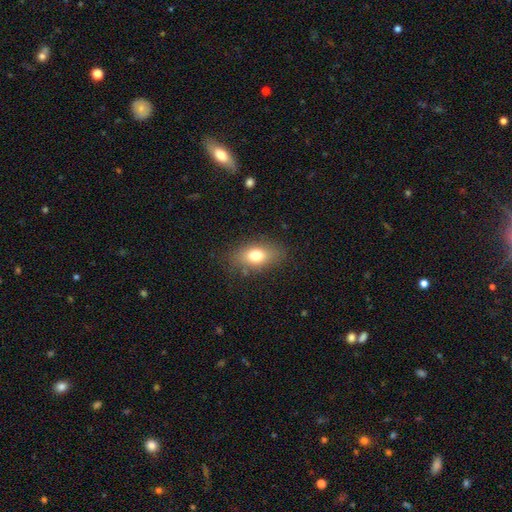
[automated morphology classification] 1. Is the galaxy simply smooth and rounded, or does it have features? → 74% smooth, 16% featured or disk, 10% star or artifact.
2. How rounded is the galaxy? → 81% in between, 14% round, 5% cigar-shaped.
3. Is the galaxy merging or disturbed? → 81% none, 13% minor disturbance, 4% major disturbance, 1% merger.